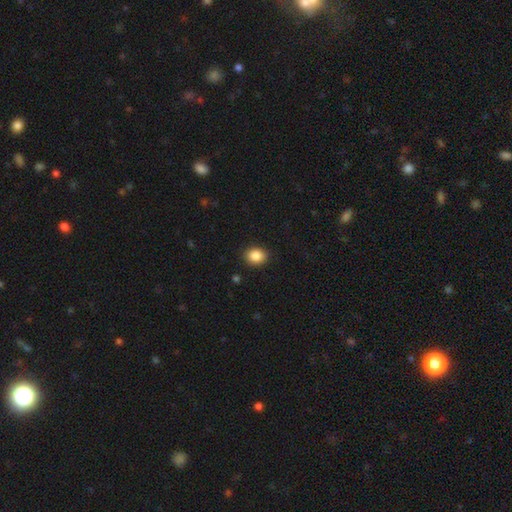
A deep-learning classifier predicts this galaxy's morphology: smooth_or_featured: smooth (p=0.88) [alt: star or artifact p=0.09]
how_rounded: in between (p=0.50) [alt: round p=0.49]
merging: none (p=0.90) [alt: minor disturbance p=0.07]